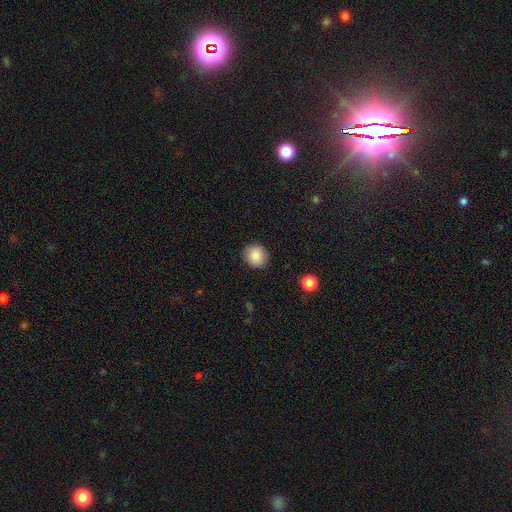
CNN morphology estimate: Smooth or featured: smooth — 87% (star or artifact — 8%)
How rounded: round — 89% (in between — 10%)
Merging: none — 91% (minor disturbance — 6%)